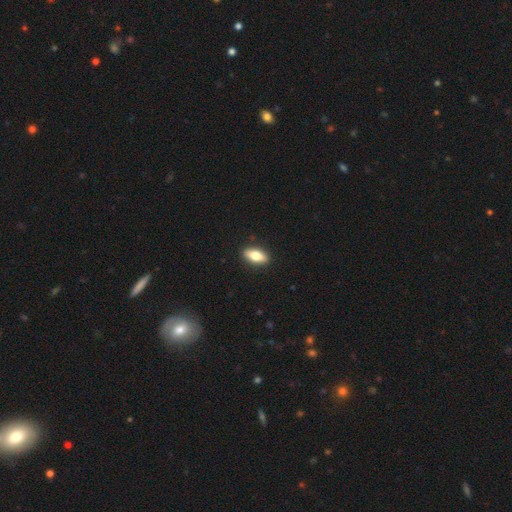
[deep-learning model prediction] Smooth or featured? smooth (71%)
How rounded? in between (80%)
Merging? none (90%)